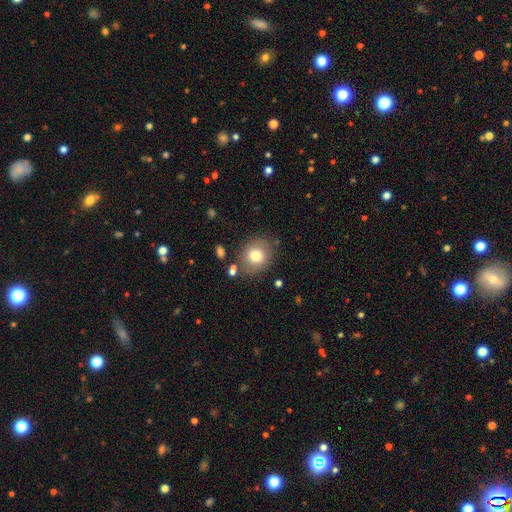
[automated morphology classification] This appears to be a smooth galaxy with no disk features (75%) that is round (79%). Merging: none (78%).